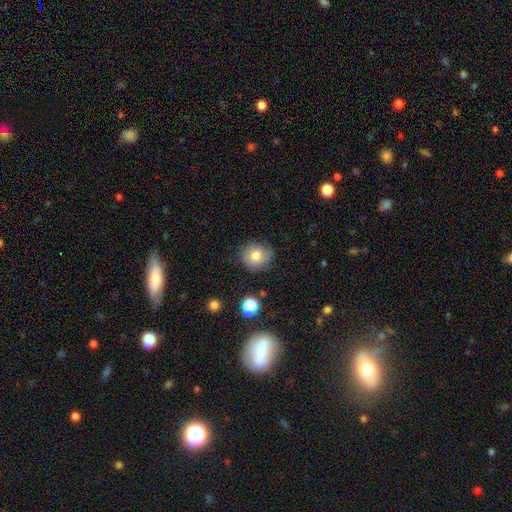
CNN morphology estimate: type=smooth (72%); roundness=round (79%); merging=none (74%).